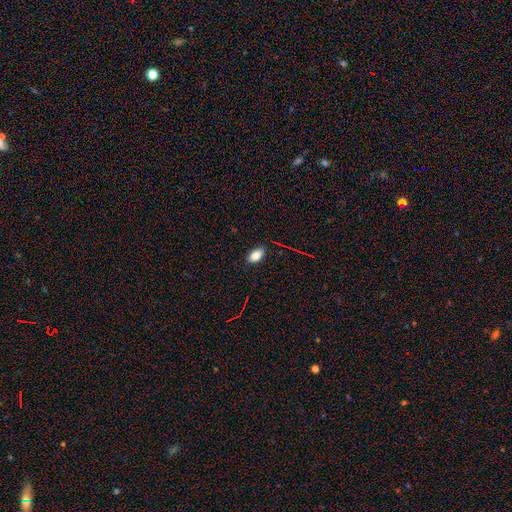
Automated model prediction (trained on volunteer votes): Smooth or featured? Predicted: smooth (p=0.81). How rounded? Predicted: in between (p=0.91). Merging? Predicted: none (p=0.84).